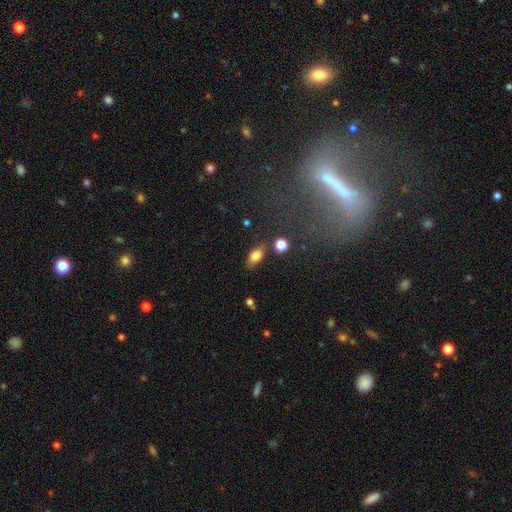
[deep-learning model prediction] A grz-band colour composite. It shows a smooth galaxy with no disk features (77%) that is in between round and cigar-shaped (84%). Merging: none (76%).